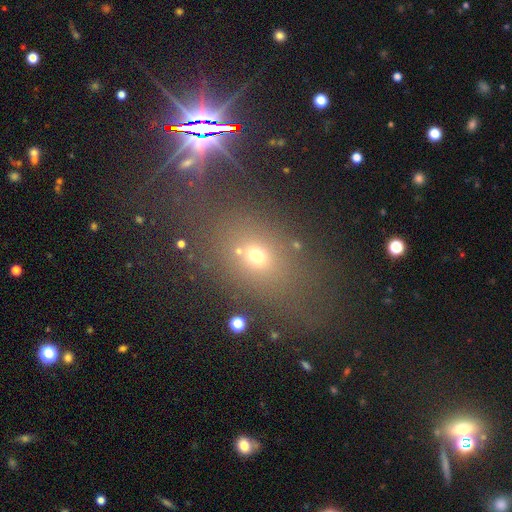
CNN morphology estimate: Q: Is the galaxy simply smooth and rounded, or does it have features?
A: smooth — 59%.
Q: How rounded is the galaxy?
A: in between — 61%.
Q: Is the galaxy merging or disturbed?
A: none — 66%.